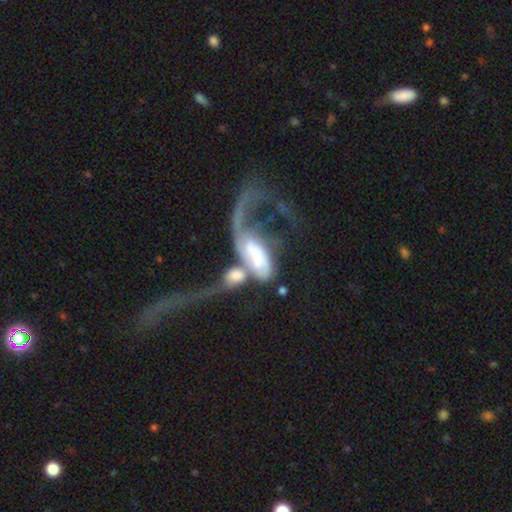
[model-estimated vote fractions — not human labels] The model was most divided on "bulge size": none: 27%, large: 26%, moderate: 20%, small: 16%, dominant: 12%. More confident: edge-on disk — no (92%); spiral arms — yes (72%); smooth or featured — featured or disk (64%); merging — merger (61%); bar — no (55%).